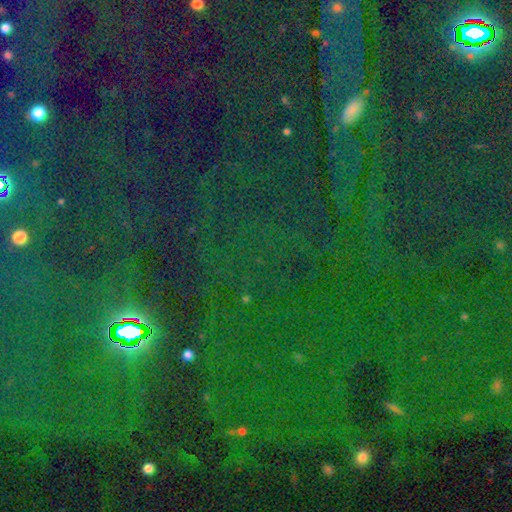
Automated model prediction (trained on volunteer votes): smooth-or-featured: star or artifact: 82% | smooth: 11% | featured or disk: 7%